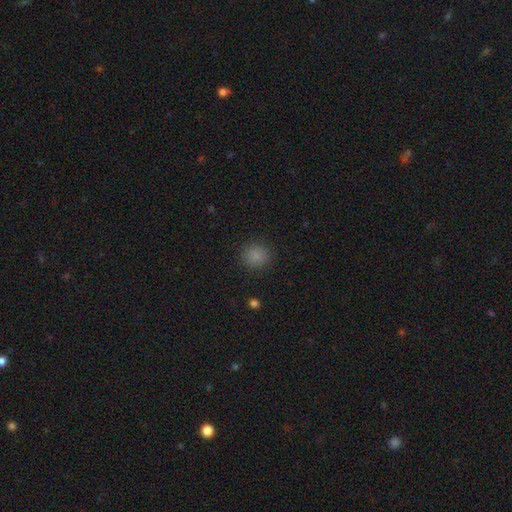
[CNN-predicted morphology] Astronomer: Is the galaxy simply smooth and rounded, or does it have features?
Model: smooth — 84%.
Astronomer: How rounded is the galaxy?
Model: round — 86%.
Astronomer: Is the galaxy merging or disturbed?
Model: none — 89%.